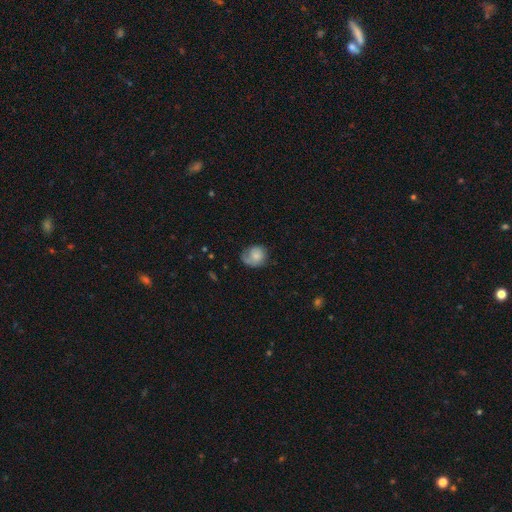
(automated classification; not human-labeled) smooth-or-featured: smooth: 69% | featured or disk: 23% | star or artifact: 8%
  how-rounded: round: 69% | in between: 30% | cigar-shaped: 1%
  merging: none: 52% | minor disturbance: 31% | major disturbance: 16% | merger: 2%